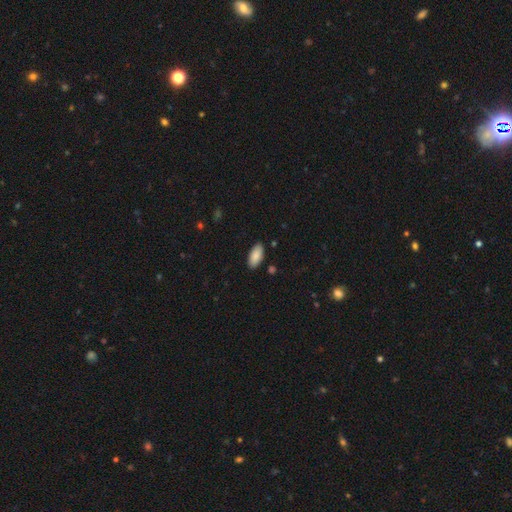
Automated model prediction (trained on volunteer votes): The model was most divided on "merging": none: 87%, minor disturbance: 9%, major disturbance: 2%, merger: 1%. More confident: how rounded — in between (92%); smooth or featured — smooth (89%).